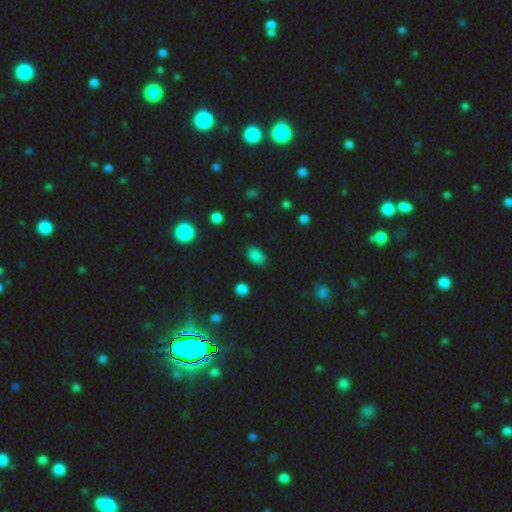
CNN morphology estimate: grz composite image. It shows a smooth galaxy with no disk features (81%) that is in between round and cigar-shaped (85%). Merging: none (83%).